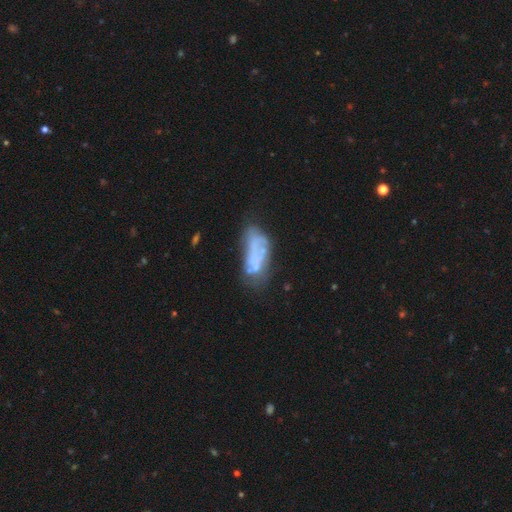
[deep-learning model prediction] Smooth or featured? featured or disk (50%)
Merging? none (36%)